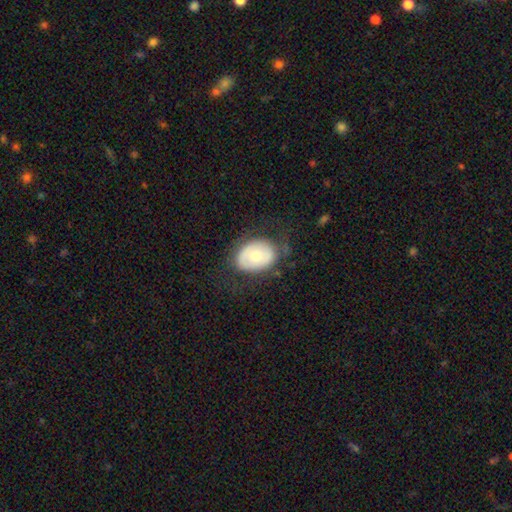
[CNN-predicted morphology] This is possibly a smooth galaxy (56%). How rounded: likely in between (71%). Merging: likely none (71%).